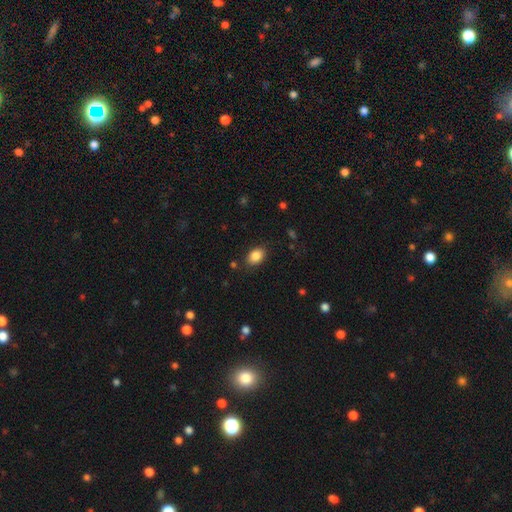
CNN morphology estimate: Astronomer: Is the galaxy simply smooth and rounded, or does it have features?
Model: smooth — 85%.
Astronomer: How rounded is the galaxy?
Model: in between — 81%.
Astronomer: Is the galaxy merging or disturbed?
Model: none — 84%.